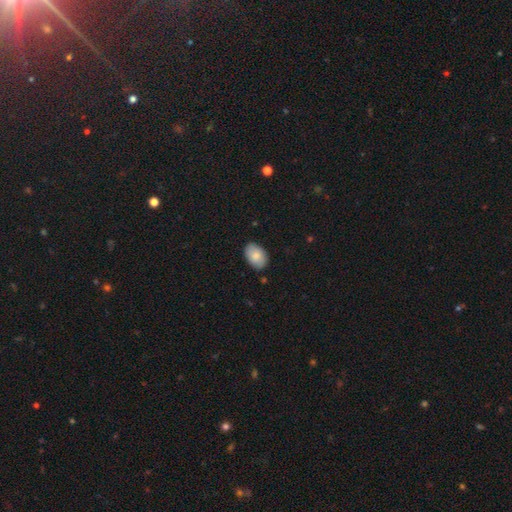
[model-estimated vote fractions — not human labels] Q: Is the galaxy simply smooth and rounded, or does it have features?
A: smooth — 85%.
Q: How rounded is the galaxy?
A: in between — 88%.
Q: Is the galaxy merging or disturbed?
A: none — 83%.